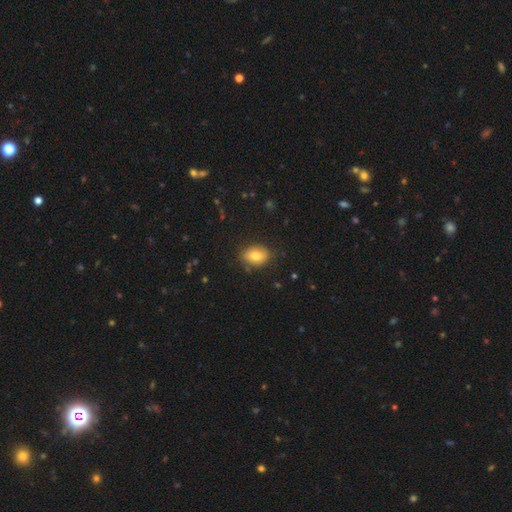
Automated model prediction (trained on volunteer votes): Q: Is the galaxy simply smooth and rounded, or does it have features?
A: smooth — 79%.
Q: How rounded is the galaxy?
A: in between — 76%.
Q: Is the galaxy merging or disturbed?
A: none — 82%.